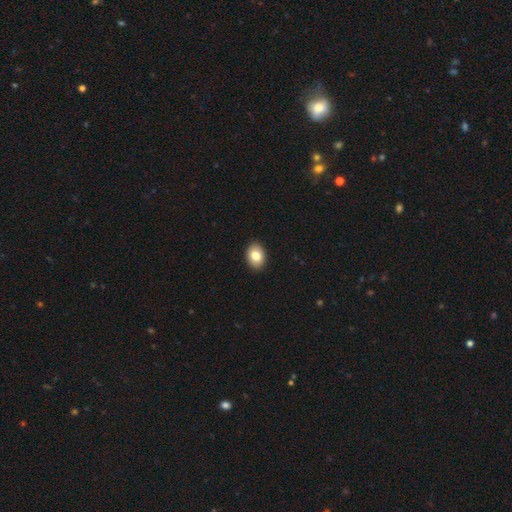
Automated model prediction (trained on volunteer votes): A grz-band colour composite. It shows a smooth galaxy with no disk features (82%) that is in between round and cigar-shaped (71%). Merging: none (91%).